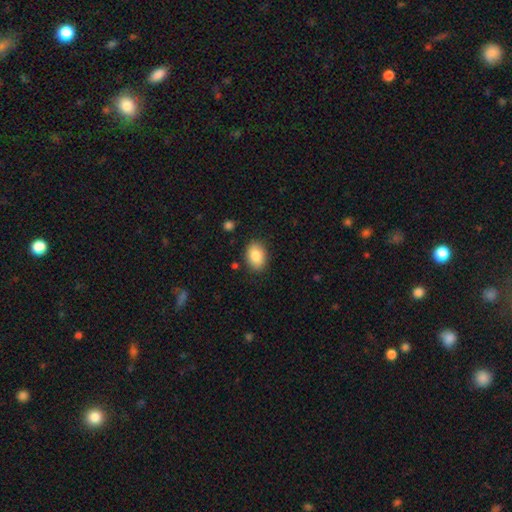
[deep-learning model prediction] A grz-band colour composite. It shows a smooth galaxy with no disk features (85%) that is in between round and cigar-shaped (80%). Merging: none (85%).